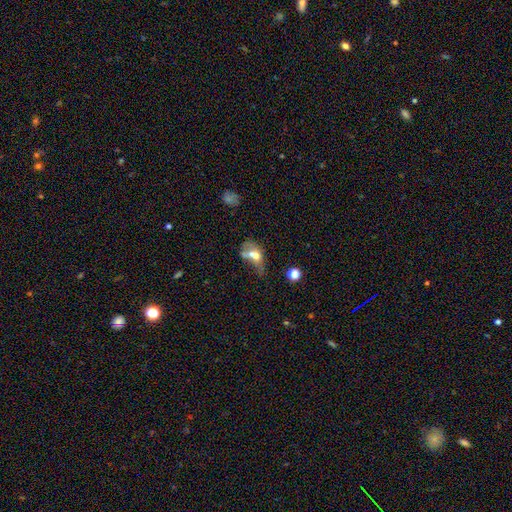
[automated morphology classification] Smooth or featured? Predicted: smooth (p=0.50). How rounded? Predicted: in between (p=0.71). Merging? Predicted: merger (p=0.44).